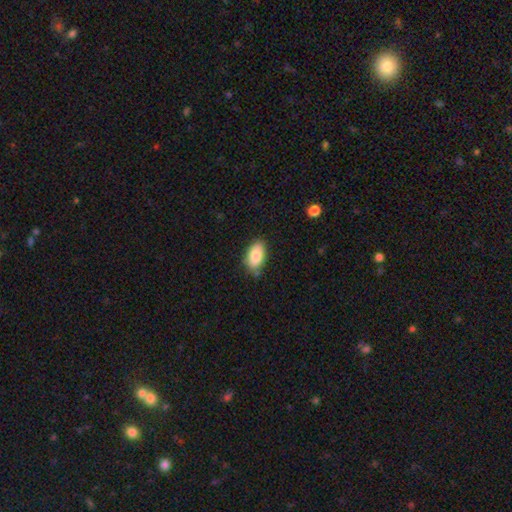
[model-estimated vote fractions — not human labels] Smooth or featured?
  - smooth: 84% *
  - featured or disk: 9%
  - star or artifact: 7%
How rounded?
  - in between: 93% *
  - round: 4%
  - cigar-shaped: 2%
Merging?
  - none: 78% *
  - minor disturbance: 17%
  - major disturbance: 3%
  - merger: 2%